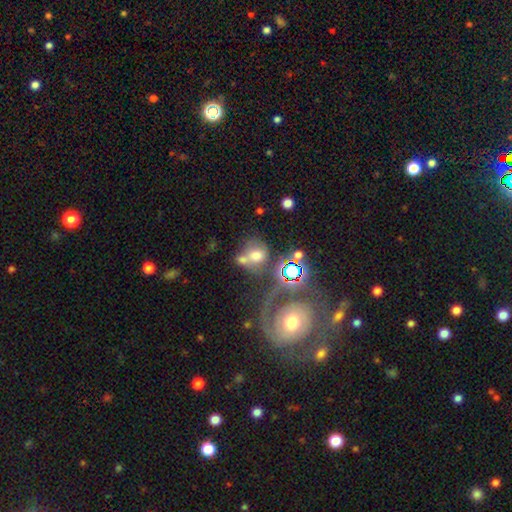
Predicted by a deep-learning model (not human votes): The model was most divided on "merging": merger: 42%, none: 31%, major disturbance: 14%, minor disturbance: 13%. More confident: how rounded — round (63%); smooth or featured — smooth (54%).